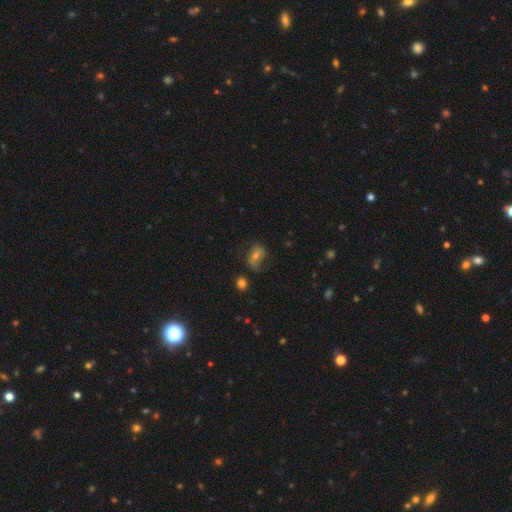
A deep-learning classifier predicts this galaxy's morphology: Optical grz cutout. It shows a smooth galaxy with no disk features (42%). Merging: none (51%).